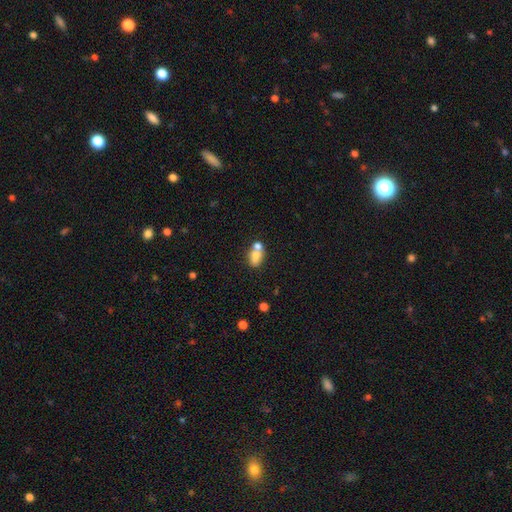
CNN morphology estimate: smooth 73%, featured or disk 16%, star or artifact 11%. Down the decision tree: how rounded — in between (77%); merging — merger (43%).